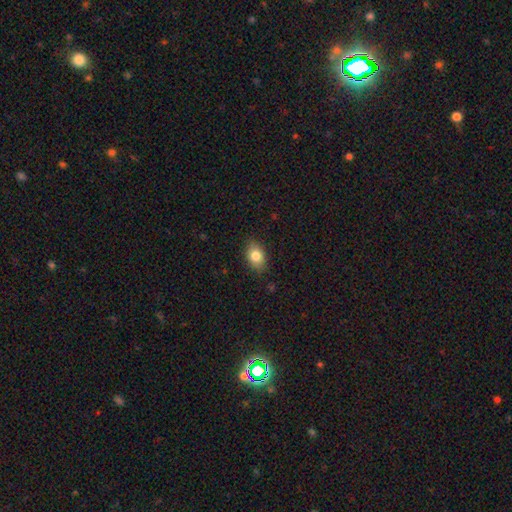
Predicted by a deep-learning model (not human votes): This appears to be a smooth galaxy with no disk features (82%) that is in between round and cigar-shaped (80%). Merging: none (85%).